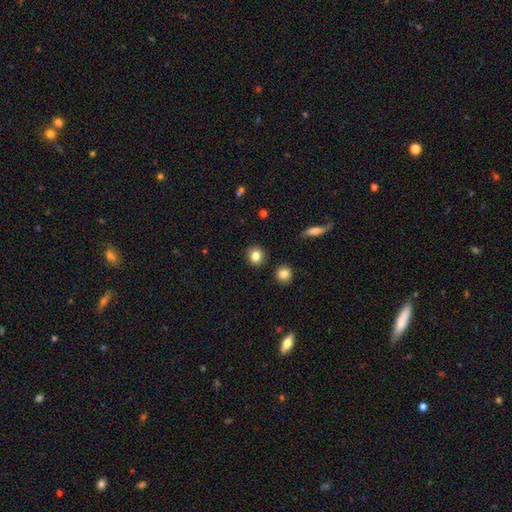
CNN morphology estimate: A smooth galaxy with no disk features (84%) that is round (80%).

Vote fractions:
- Smooth or featured? smooth: 84% / star or artifact: 10% / featured or disk: 6%
- How rounded? round: 80% / in between: 19% / cigar-shaped: 1%
- Merging? none: 89% / minor disturbance: 7% / merger: 2% / major disturbance: 2%